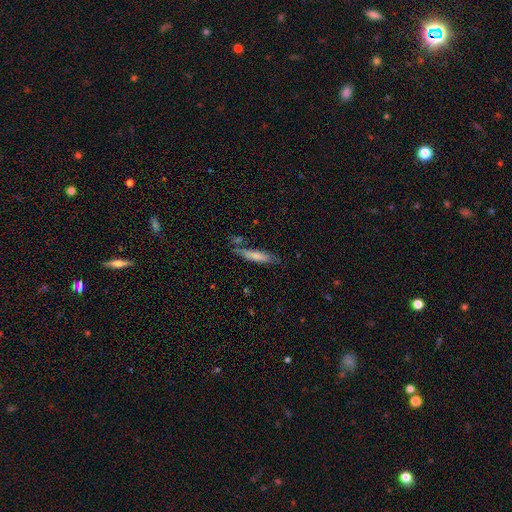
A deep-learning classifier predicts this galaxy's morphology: Overall: smooth (71%). How rounded: cigar-shaped (82%). Merging: none (69%).